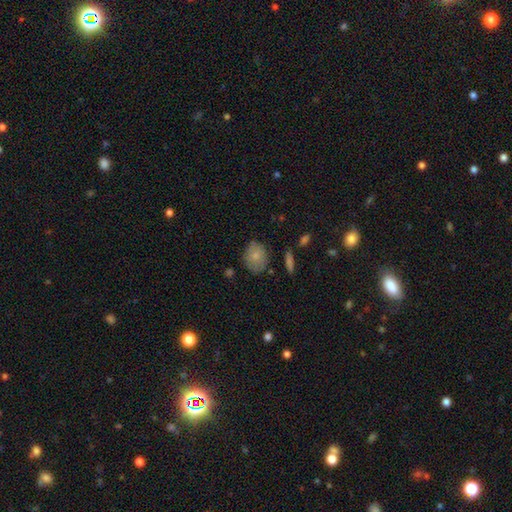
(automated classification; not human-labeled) Morphology: type=smooth (78%); roundness=in between (56%); merging=none (73%).